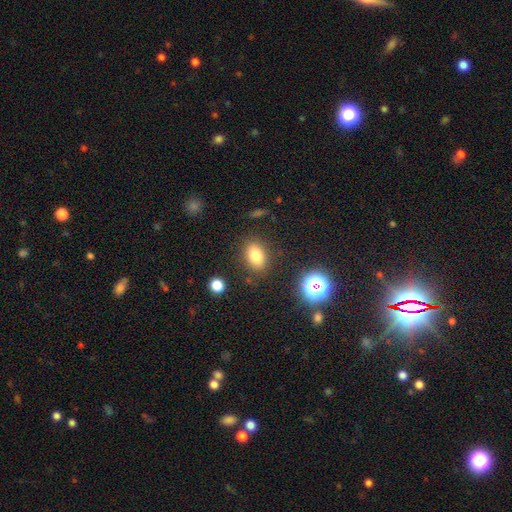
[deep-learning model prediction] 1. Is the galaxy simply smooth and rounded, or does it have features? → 80% smooth, 12% star or artifact, 8% featured or disk.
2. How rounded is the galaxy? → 81% in between, 17% round, 2% cigar-shaped.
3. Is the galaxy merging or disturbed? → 84% none, 10% minor disturbance, 4% major disturbance, 2% merger.